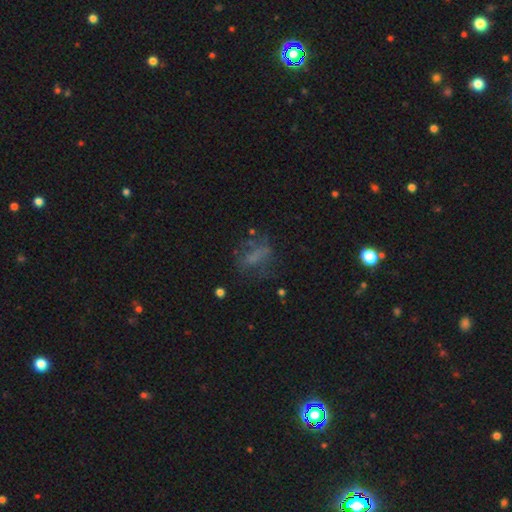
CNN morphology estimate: Smooth or featured?
  - smooth: 46% *
  - featured or disk: 32%
  - star or artifact: 22%
Merging?
  - none: 49% *
  - major disturbance: 26%
  - minor disturbance: 20%
  - merger: 5%